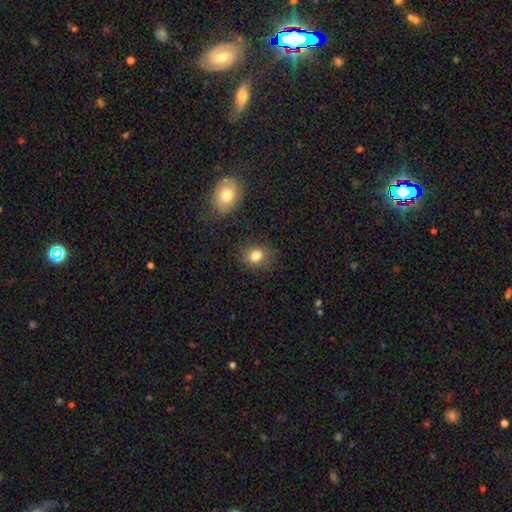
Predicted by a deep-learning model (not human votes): smooth_or_featured: smooth (p=0.82) [alt: star or artifact p=0.12]
how_rounded: round (p=0.55) [alt: in between p=0.44]
merging: none (p=0.82) [alt: minor disturbance p=0.12]